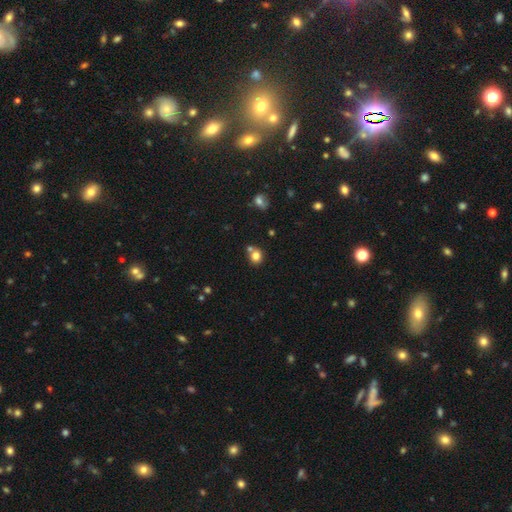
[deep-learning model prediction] Smooth or featured: smooth — 79% (star or artifact — 12%)
How rounded: round — 80% (in between — 19%)
Merging: none — 59% (merger — 27%)